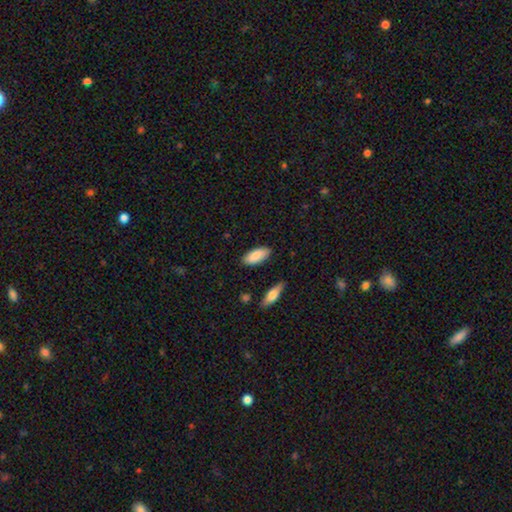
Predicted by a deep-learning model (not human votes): Q: Smooth or featured?
A: smooth (87%); runner-up: featured or disk (7%)
Q: How rounded?
A: in between (83%); runner-up: cigar-shaped (15%)
Q: Merging?
A: none (85%); runner-up: minor disturbance (11%)